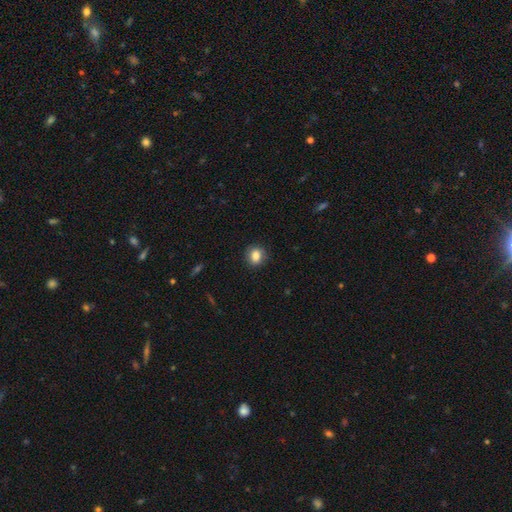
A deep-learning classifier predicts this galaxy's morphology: Smooth or featured? smooth (85%)
How rounded? round (69%)
Merging? none (84%)